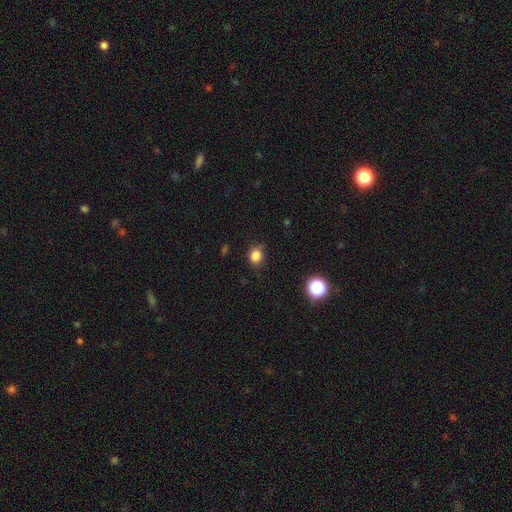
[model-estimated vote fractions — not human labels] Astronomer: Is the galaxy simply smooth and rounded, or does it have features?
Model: smooth — 83%.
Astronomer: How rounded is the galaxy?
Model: round — 70%.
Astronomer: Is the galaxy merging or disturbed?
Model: none — 73%.